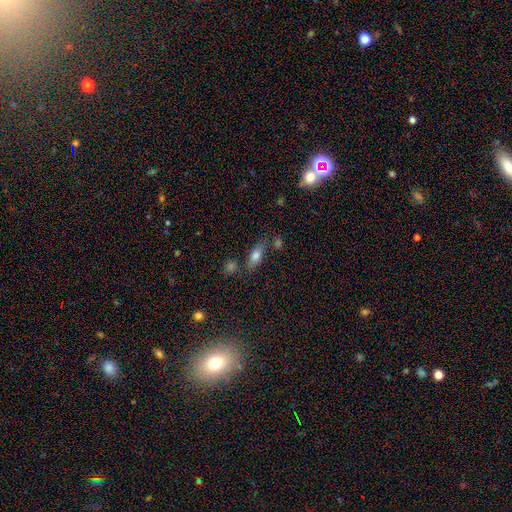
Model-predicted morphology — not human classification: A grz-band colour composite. It shows a smooth galaxy with no disk features (73%) that is in between round and cigar-shaped (73%). Merging: none (67%).